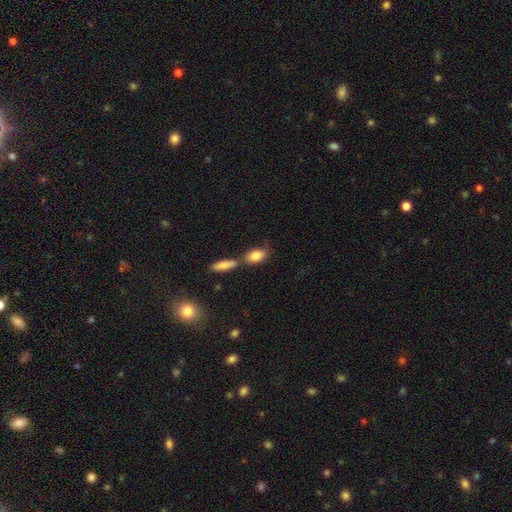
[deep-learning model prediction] Smooth or featured? smooth (82%)
How rounded? in between (86%)
Merging? none (42%)